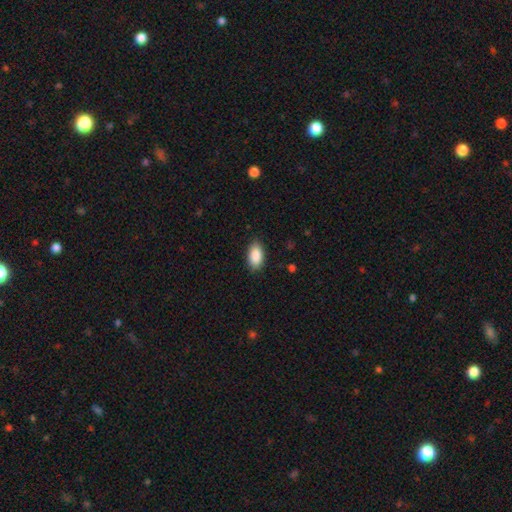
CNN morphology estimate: Q: Smooth or featured?
A: smooth (89%); runner-up: star or artifact (6%)
Q: How rounded?
A: in between (94%); runner-up: round (4%)
Q: Merging?
A: none (86%); runner-up: minor disturbance (11%)